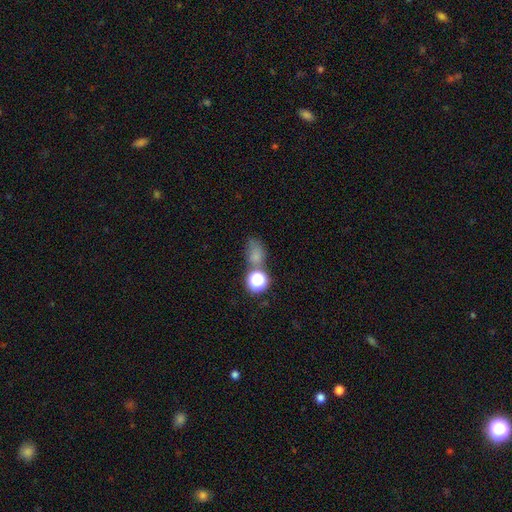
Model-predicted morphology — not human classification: Smooth or featured? Predicted: smooth (p=0.67). How rounded? Predicted: in between (p=0.58). Merging? Predicted: none (p=0.48).